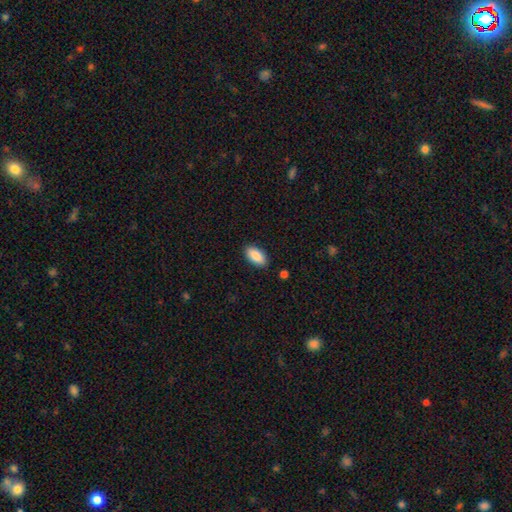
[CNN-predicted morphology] smooth_or_featured: smooth (p=0.88) [alt: star or artifact p=0.06]
how_rounded: in between (p=0.93) [alt: cigar-shaped p=0.04]
merging: none (p=0.87) [alt: minor disturbance p=0.09]